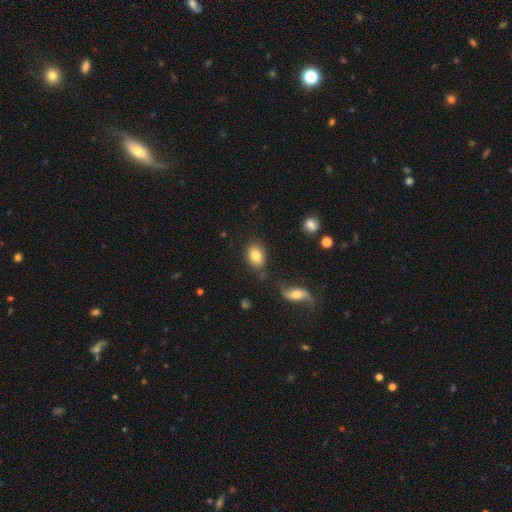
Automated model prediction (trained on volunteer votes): Morphology: type=smooth (81%); roundness=in between (66%); merging=none (78%).